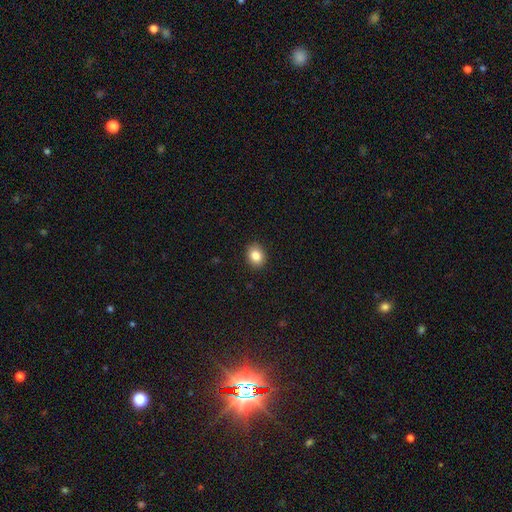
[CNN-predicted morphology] Smooth or featured? smooth (84%)
How rounded? round (52%)
Merging? none (90%)